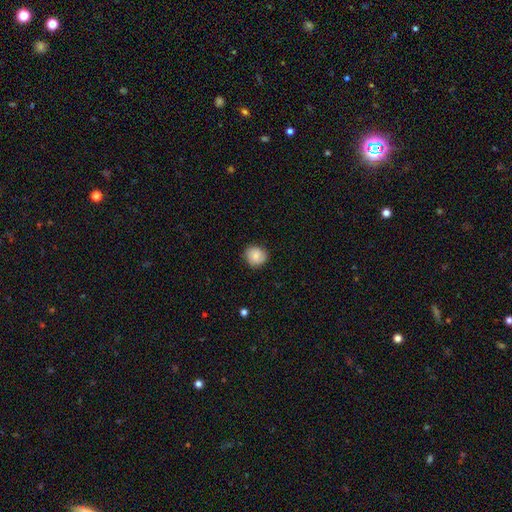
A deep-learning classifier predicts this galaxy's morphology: Q: Smooth or featured?
A: smooth (79%); runner-up: featured or disk (13%)
Q: How rounded?
A: round (87%); runner-up: in between (12%)
Q: Merging?
A: none (84%); runner-up: minor disturbance (12%)